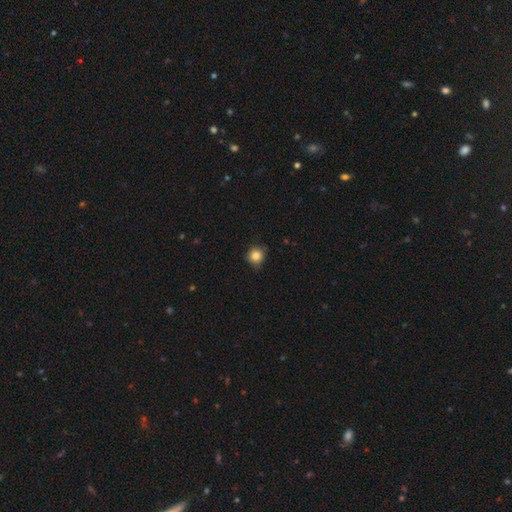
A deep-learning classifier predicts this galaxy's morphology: This appears to be a smooth galaxy with no disk features (84%) that is round (90%). Merging: none (77%).